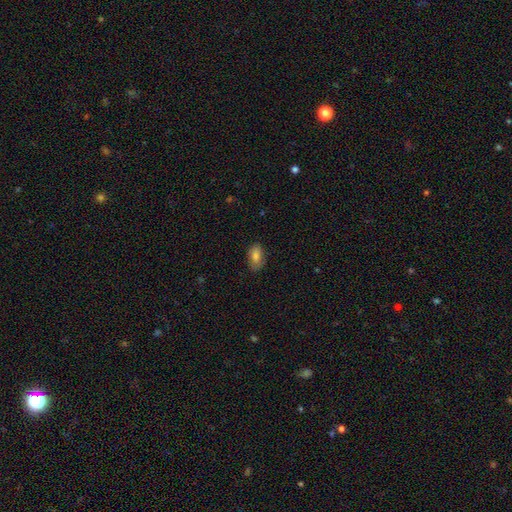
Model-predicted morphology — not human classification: smooth-or-featured: smooth: 79% | featured or disk: 12% | star or artifact: 9%
  how-rounded: in between: 90% | round: 8% | cigar-shaped: 2%
  merging: none: 81% | minor disturbance: 15% | major disturbance: 3% | merger: 1%